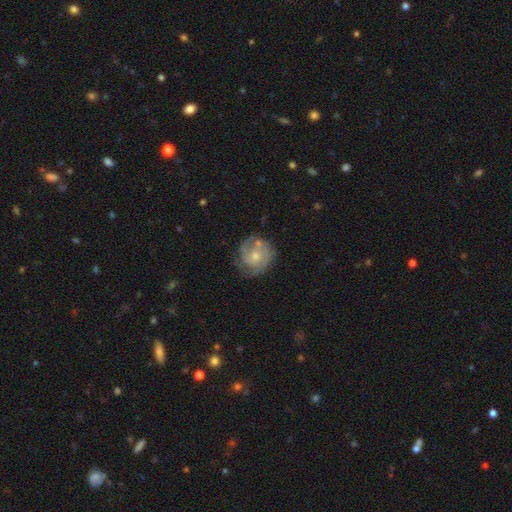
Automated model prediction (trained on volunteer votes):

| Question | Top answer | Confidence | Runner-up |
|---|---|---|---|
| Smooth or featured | featured or disk | 71% | smooth (23%) |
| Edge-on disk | no | 98% | yes (2%) |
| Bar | no | 78% | weak (19%) |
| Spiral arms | yes | 86% | no (14%) |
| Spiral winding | tight | 58% | medium (31%) |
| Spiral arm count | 2 | 34% | can't tell (31%) |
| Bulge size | small | 54% | moderate (41%) |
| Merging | none | 65% | minor disturbance (21%) |